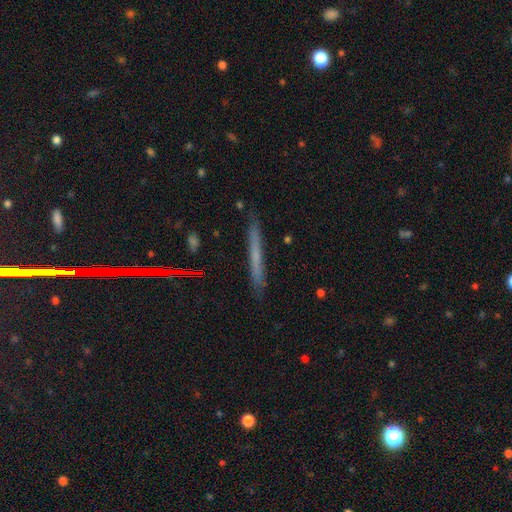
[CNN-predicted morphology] type=smooth (49%); merging=none (86%).